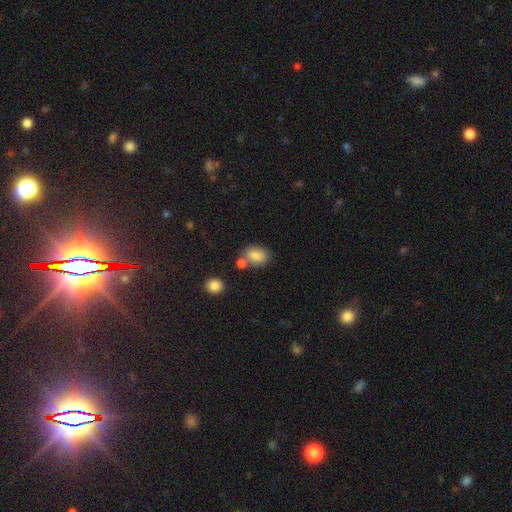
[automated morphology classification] Q: Smooth or featured?
A: smooth (83%); runner-up: star or artifact (9%)
Q: How rounded?
A: in between (62%); runner-up: round (36%)
Q: Merging?
A: none (59%); runner-up: merger (22%)